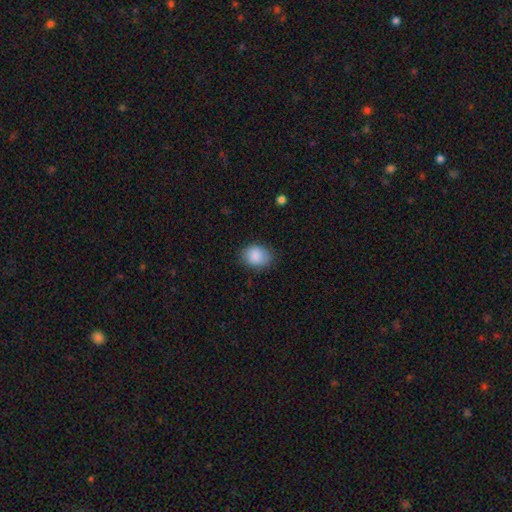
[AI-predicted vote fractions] smooth_or_featured: smooth (p=0.88) [alt: star or artifact p=0.08]
how_rounded: in between (p=0.58) [alt: round p=0.42]
merging: none (p=0.79) [alt: minor disturbance p=0.16]